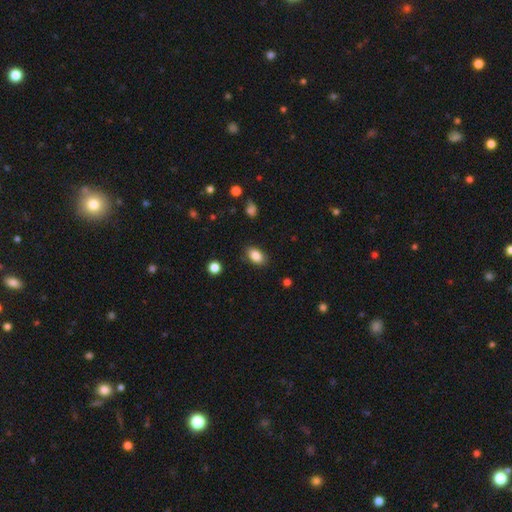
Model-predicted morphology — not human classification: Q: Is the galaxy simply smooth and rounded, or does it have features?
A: smooth — 86%.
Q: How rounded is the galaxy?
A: in between — 89%.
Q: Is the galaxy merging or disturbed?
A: none — 85%.